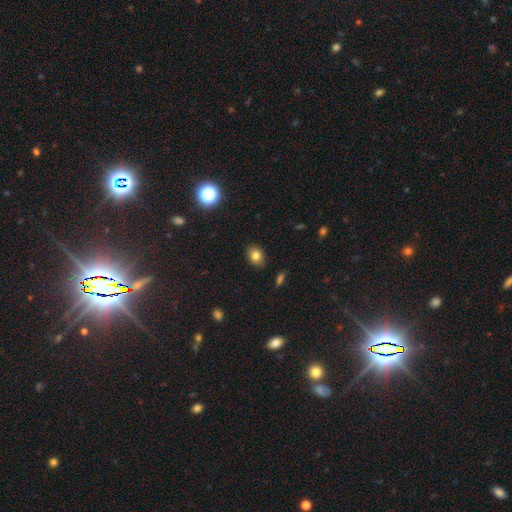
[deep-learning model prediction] Overall: smooth (80%). How rounded: in between (69%). Merging: none (87%).